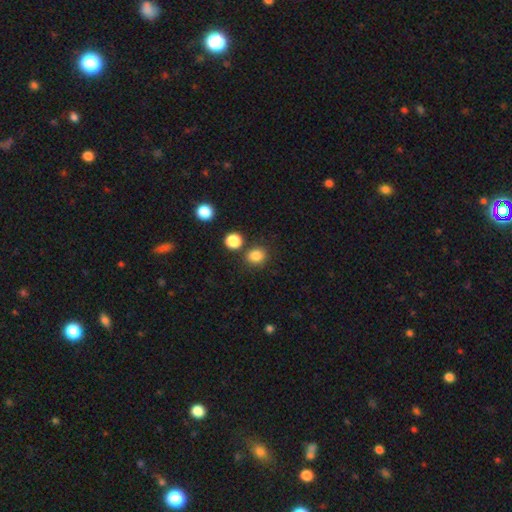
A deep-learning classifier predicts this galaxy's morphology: Smooth or featured? Predicted: smooth (p=0.83). How rounded? Predicted: round (p=0.71). Merging? Predicted: none (p=0.78).